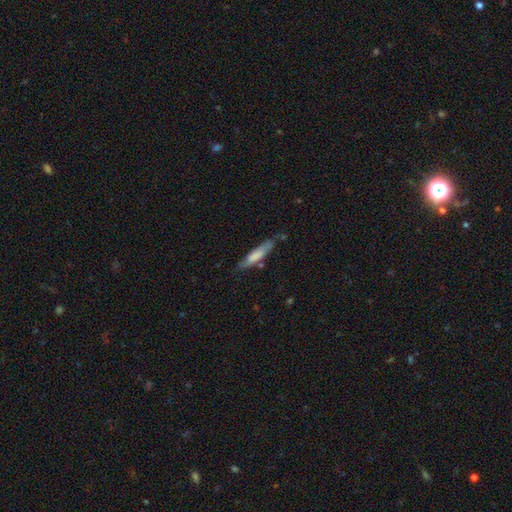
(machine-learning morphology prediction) This appears to be a smooth galaxy with no disk features (68%) that is cigar-shaped (80%). Merging: none (63%).